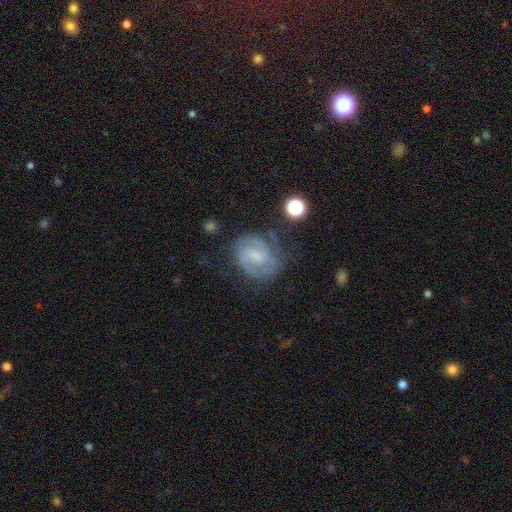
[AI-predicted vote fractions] This is likely a featured or disk galaxy (80%). It is clearly not viewed edge-on (98%). Bar: possibly weak (57%). Spiral arm pattern: clearly yes (93%). Spiral arm count: possibly 2 (54%). Spiral winding: possibly tight (45%). Central bulge: possibly small (51%). Merging: likely none (63%).